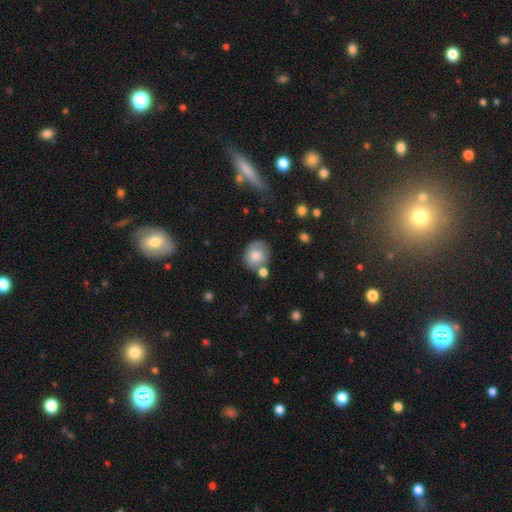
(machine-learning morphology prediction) A smooth galaxy with no disk features (75%) that is round (78%). Merging: none (65%).